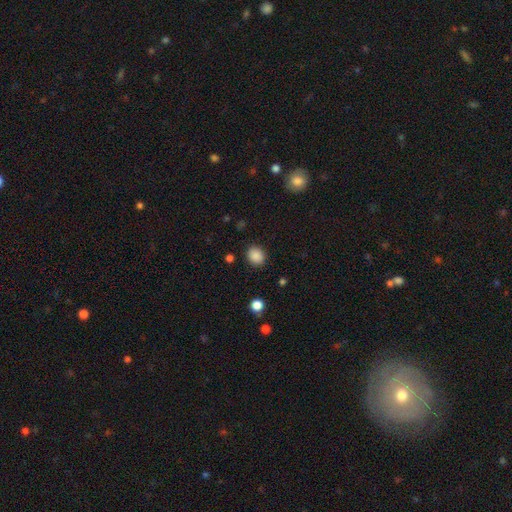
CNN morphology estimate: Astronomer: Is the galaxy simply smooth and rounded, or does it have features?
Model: smooth — 87%.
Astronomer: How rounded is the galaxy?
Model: round — 72%.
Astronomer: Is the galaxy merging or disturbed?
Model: none — 88%.